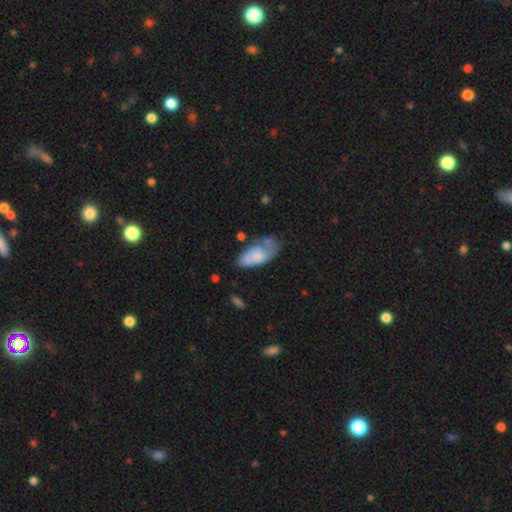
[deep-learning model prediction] smooth 56%, featured or disk 37%, star or artifact 7%. Down the decision tree: how rounded — in between (90%); merging — none (35%).